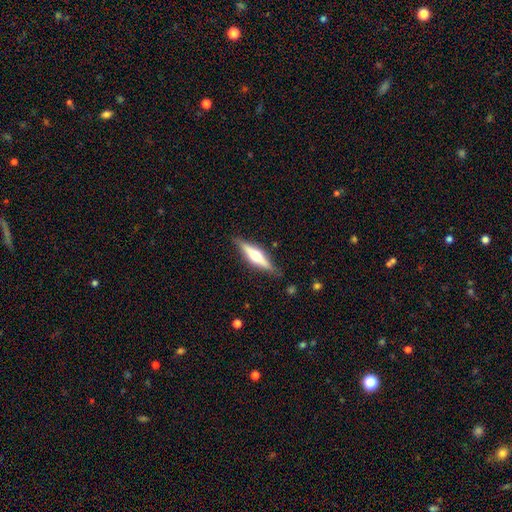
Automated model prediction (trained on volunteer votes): The model was most divided on "smooth or featured": featured or disk: 64%, smooth: 31%, star or artifact: 6%. More confident: edge-on disk — yes (96%); edge-on bulge — rounded (90%); merging — none (86%).